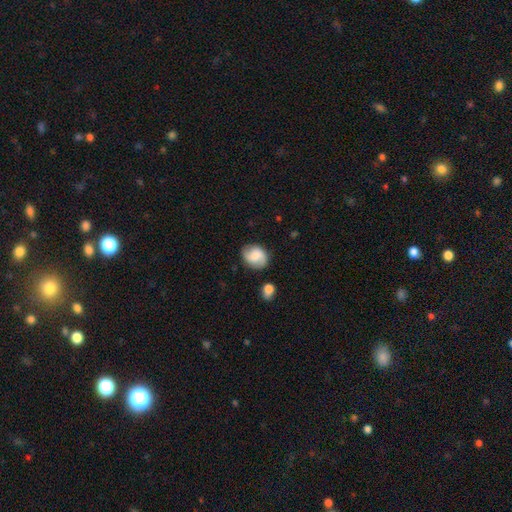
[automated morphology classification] smooth 55%, featured or disk 36%, star or artifact 9%. Down the decision tree: how rounded — round (51%); merging — none (74%).